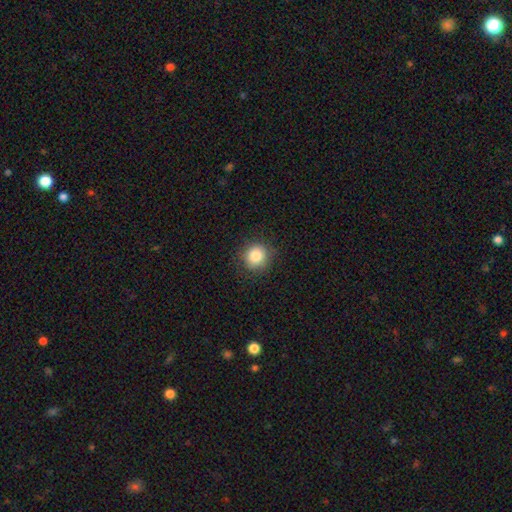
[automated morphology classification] smooth-or-featured: smooth: 84% | star or artifact: 10% | featured or disk: 6%
  how-rounded: round: 89% | in between: 10% | cigar-shaped: 1%
  merging: none: 86% | minor disturbance: 10% | major disturbance: 3% | merger: 1%